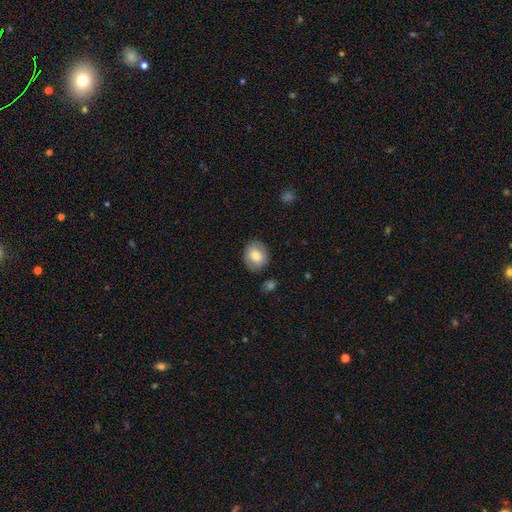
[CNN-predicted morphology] Smooth or featured: smooth — 74% (featured or disk — 18%)
How rounded: round — 59% (in between — 40%)
Merging: none — 83% (minor disturbance — 12%)